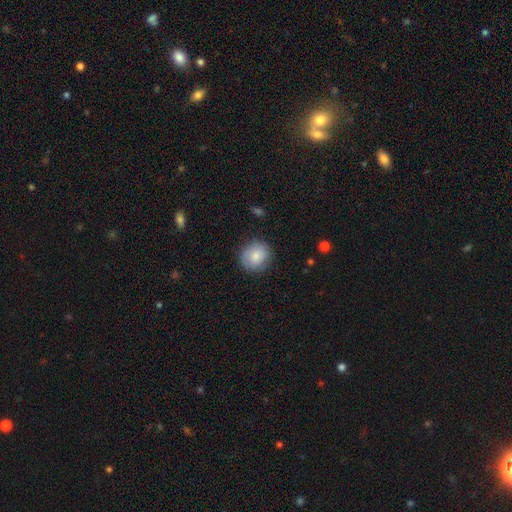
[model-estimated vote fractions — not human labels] This appears to be a smooth galaxy with no disk features (82%) that is round (83%). Merging: none (83%).